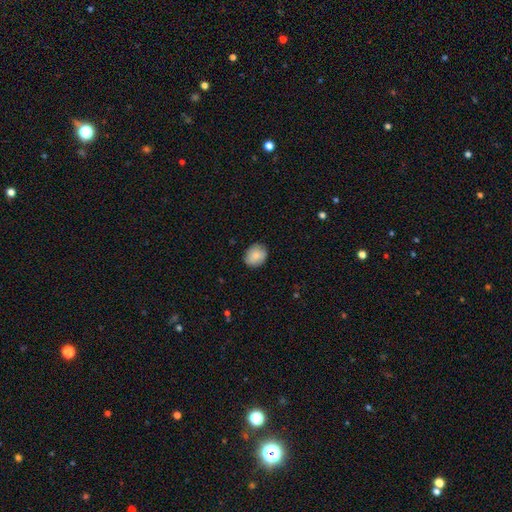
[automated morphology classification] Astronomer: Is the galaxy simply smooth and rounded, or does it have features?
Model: smooth — 82%.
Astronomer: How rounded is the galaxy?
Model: round — 56% (runner-up: in between, 43%).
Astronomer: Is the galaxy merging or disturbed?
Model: none — 85%.